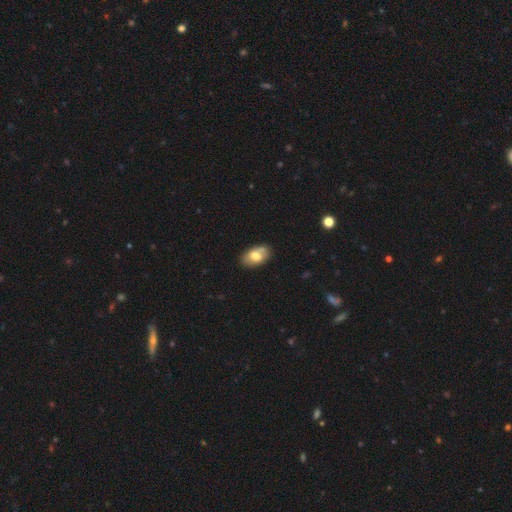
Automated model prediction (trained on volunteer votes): Smooth or featured: smooth — 72% (featured or disk — 21%)
How rounded: in between — 92% (round — 6%)
Merging: none — 75% (minor disturbance — 17%)